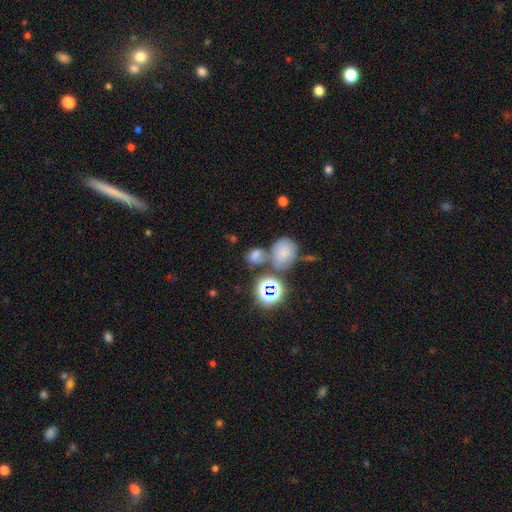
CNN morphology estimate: Smooth or featured: smooth — 64% (star or artifact — 24%)
How rounded: in between — 56% (round — 42%)
Merging: none — 44% (merger — 37%)